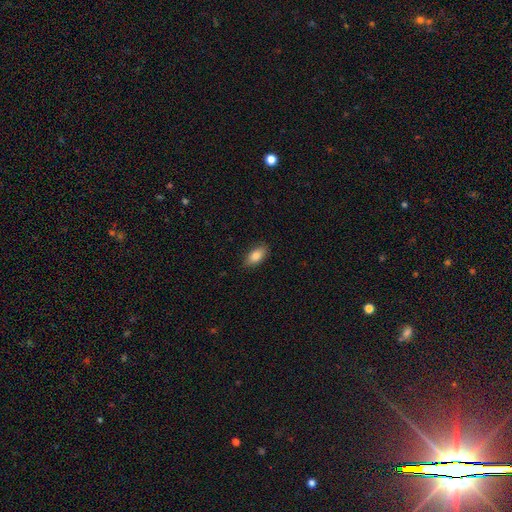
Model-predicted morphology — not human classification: A smooth galaxy with no disk features (84%) that is in between round and cigar-shaped (90%).

Vote fractions:
- Smooth or featured? smooth: 84% / featured or disk: 8% / star or artifact: 7%
- How rounded? in between: 90% / cigar-shaped: 7% / round: 3%
- Merging? none: 87% / minor disturbance: 10% / major disturbance: 2% / merger: 1%